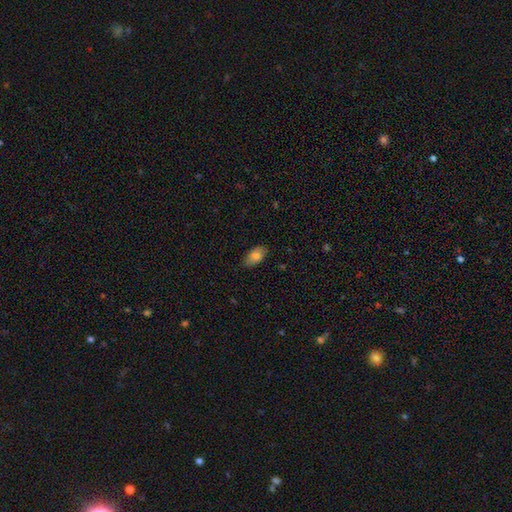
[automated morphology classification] Smooth or featured? smooth (81%)
How rounded? in between (93%)
Merging? none (82%)